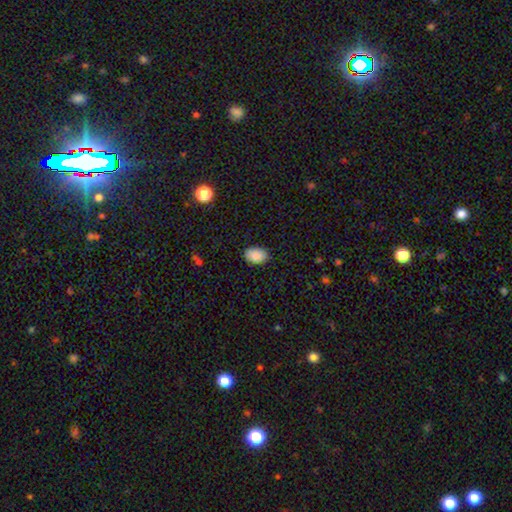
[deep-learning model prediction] smooth 88%, star or artifact 8%, featured or disk 4%. Down the decision tree: how rounded — in between (78%); merging — none (85%).